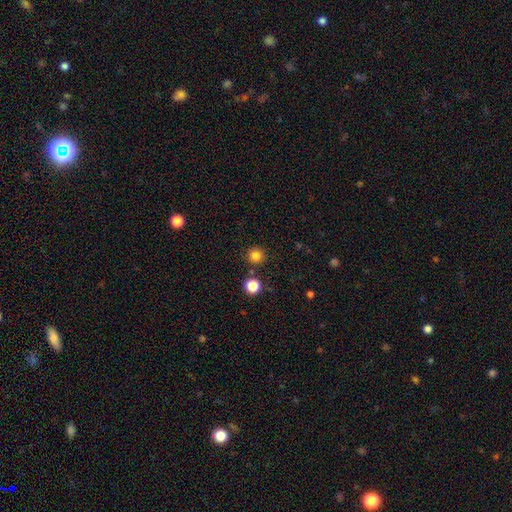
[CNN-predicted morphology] smooth-or-featured: smooth: 83% | star or artifact: 13% | featured or disk: 4%
  how-rounded: round: 94% | in between: 5% | cigar-shaped: 1%
  merging: none: 87% | minor disturbance: 6% | merger: 5% | major disturbance: 2%